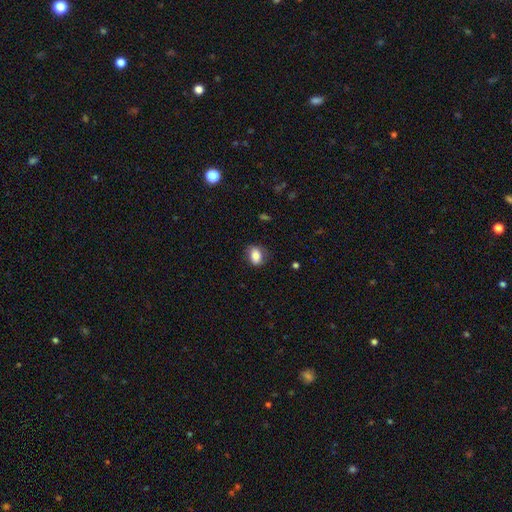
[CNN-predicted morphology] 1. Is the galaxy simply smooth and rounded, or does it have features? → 82% smooth, 10% featured or disk, 8% star or artifact.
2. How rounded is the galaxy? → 75% in between, 24% round, 2% cigar-shaped.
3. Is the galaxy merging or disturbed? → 74% none, 19% minor disturbance, 6% major disturbance, 1% merger.